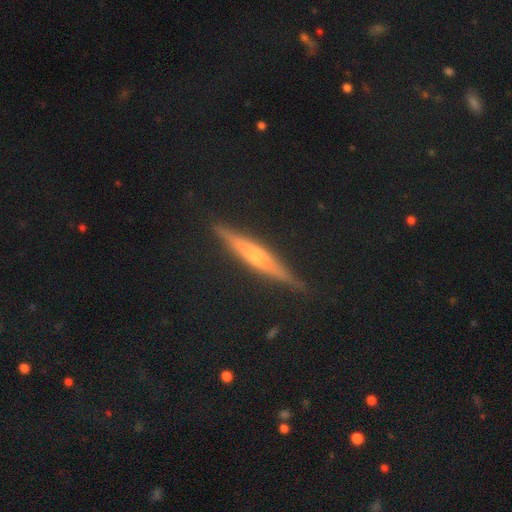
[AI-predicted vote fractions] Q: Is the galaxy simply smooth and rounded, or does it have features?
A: featured or disk — 65%.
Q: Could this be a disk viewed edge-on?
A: yes — 94%.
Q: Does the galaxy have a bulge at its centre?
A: rounded — 58%.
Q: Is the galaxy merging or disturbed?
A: none — 88%.